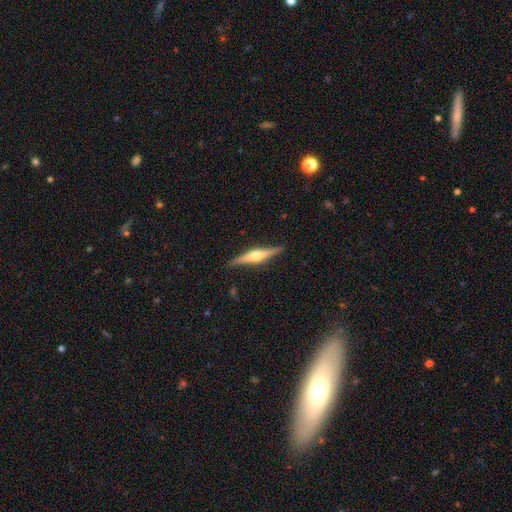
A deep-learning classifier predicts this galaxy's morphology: The model was most divided on "smooth or featured": featured or disk: 71%, smooth: 24%, star or artifact: 5%. More confident: edge-on disk — yes (98%); merging — none (89%); edge-on bulge — rounded (87%).